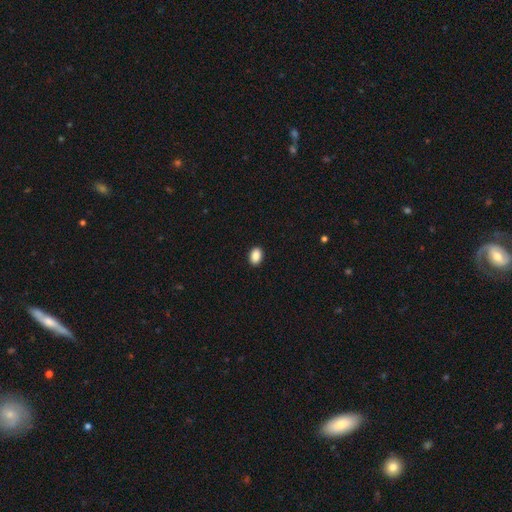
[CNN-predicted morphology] The model was most divided on "how rounded": in between: 81%, round: 18%, cigar-shaped: 1%. More confident: merging — none (91%); smooth or featured — smooth (90%).